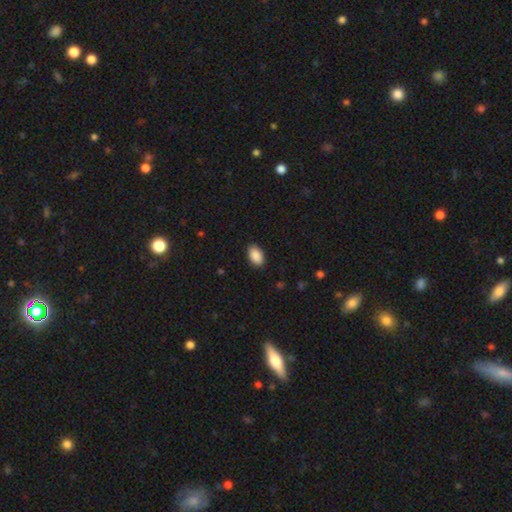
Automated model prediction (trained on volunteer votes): Smooth or featured? Predicted: smooth (p=0.90). How rounded? Predicted: in between (p=0.93). Merging? Predicted: none (p=0.88).